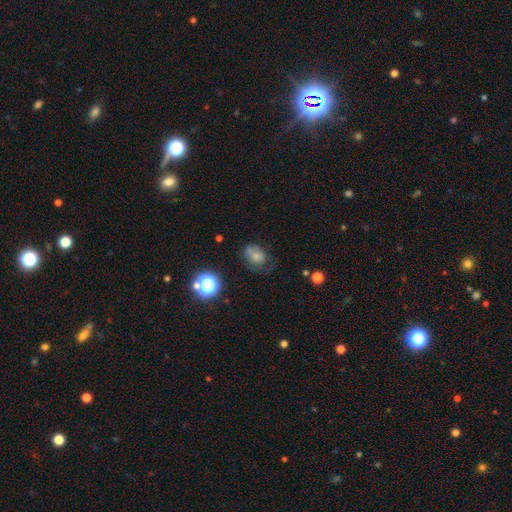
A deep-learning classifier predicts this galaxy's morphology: smooth_or_featured: smooth (p=0.69) [alt: featured or disk p=0.16]
how_rounded: in between (p=0.61) [alt: round p=0.38]
merging: none (p=0.48) [alt: minor disturbance p=0.30]